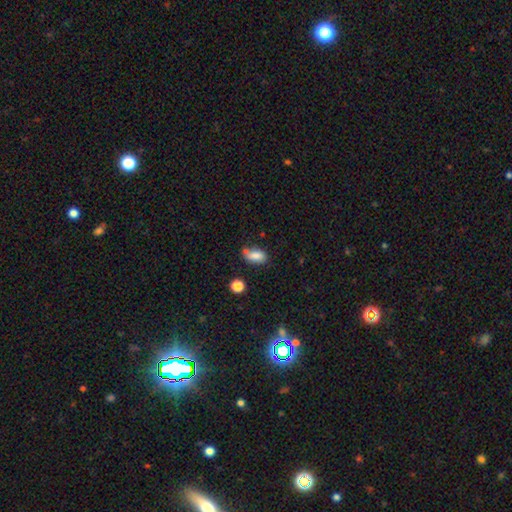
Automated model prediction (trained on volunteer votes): Smooth or featured? smooth (81%)
How rounded? in between (87%)
Merging? none (54%)